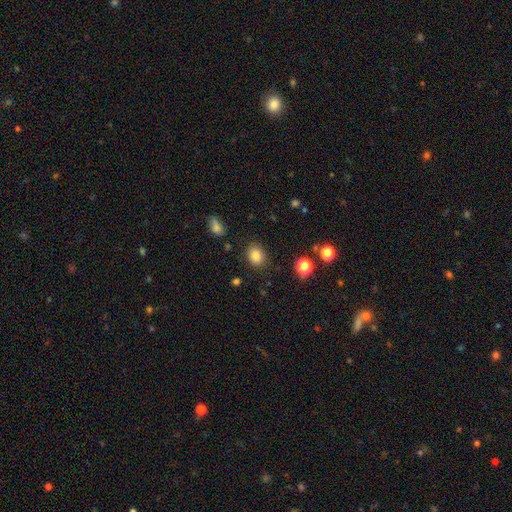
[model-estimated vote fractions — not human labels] The model was most divided on "how rounded": round: 53%, in between: 46%, cigar-shaped: 1%. More confident: merging — none (85%); smooth or featured — smooth (83%).